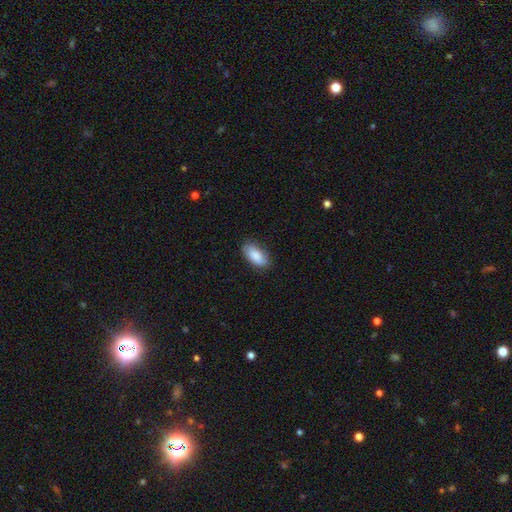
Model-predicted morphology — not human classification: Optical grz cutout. It shows a smooth galaxy with no disk features (87%) that is in between round and cigar-shaped (91%). Merging: none (82%).